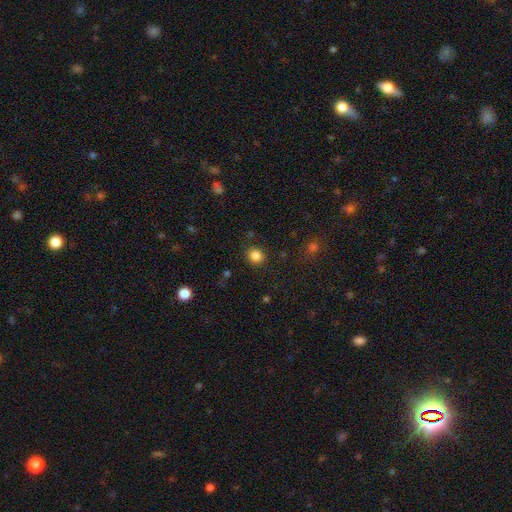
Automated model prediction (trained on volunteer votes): Morphology: type=smooth (85%); roundness=round (85%); merging=none (87%).